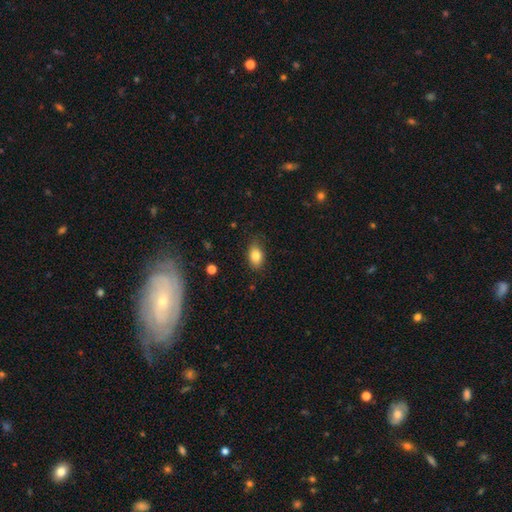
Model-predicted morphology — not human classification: Overall: smooth (82%). How rounded: in between (85%). Merging: none (82%).